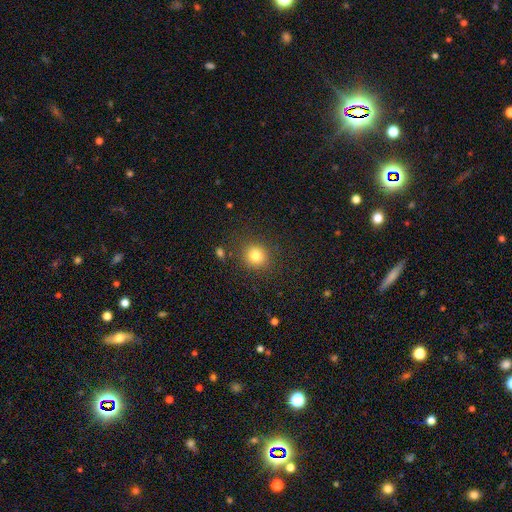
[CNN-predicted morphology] A smooth galaxy with no disk features (81%) that is round (87%). Merging: none (87%).